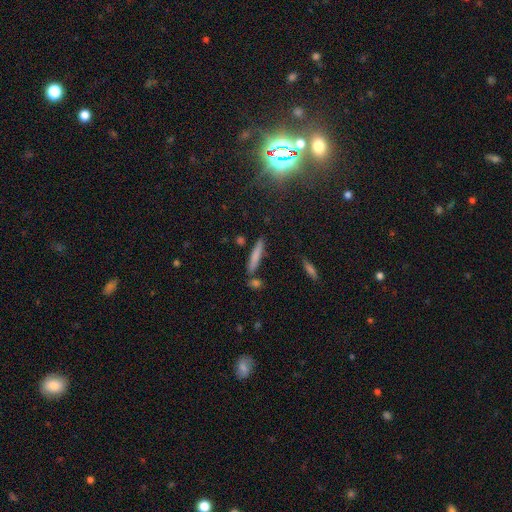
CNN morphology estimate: smooth_or_featured: smooth (p=0.73) [alt: featured or disk p=0.20]
how_rounded: cigar-shaped (p=0.91) [alt: in between p=0.07]
merging: none (p=0.81) [alt: minor disturbance p=0.10]